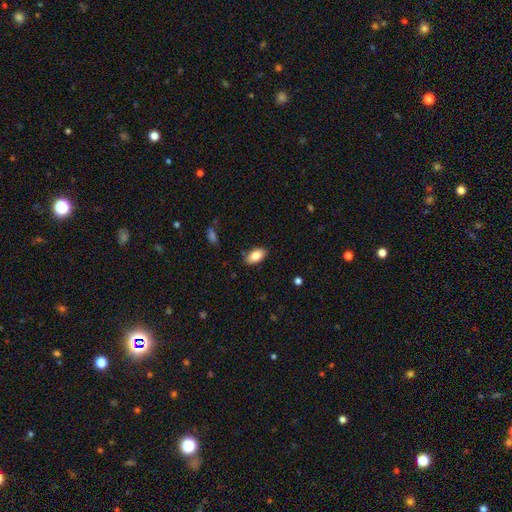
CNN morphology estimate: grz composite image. It shows a smooth galaxy with no disk features (85%) that is in between round and cigar-shaped (93%). Merging: none (85%).